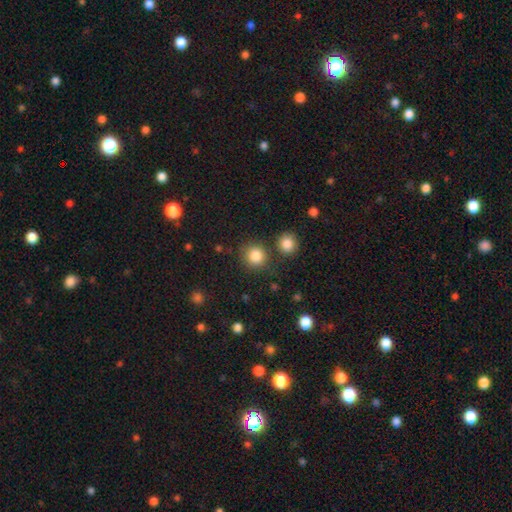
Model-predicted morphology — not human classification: A smooth galaxy with no disk features (85%) that is round (91%). Merging: none (79%).